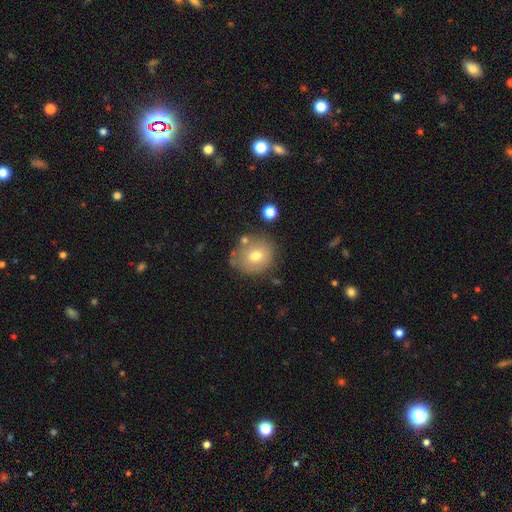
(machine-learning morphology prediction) smooth_or_featured: smooth (p=0.70) [alt: featured or disk p=0.19]
how_rounded: round (p=0.84) [alt: in between p=0.15]
merging: none (p=0.70) [alt: minor disturbance p=0.16]